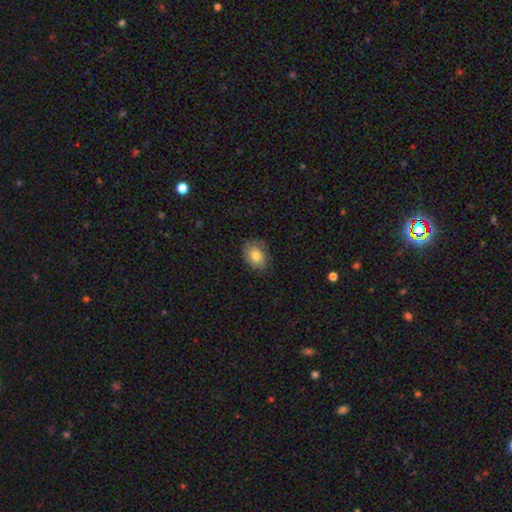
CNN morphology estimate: Smooth or featured: smooth — 80% (featured or disk — 12%)
How rounded: in between — 68% (round — 31%)
Merging: none — 78% (minor disturbance — 17%)